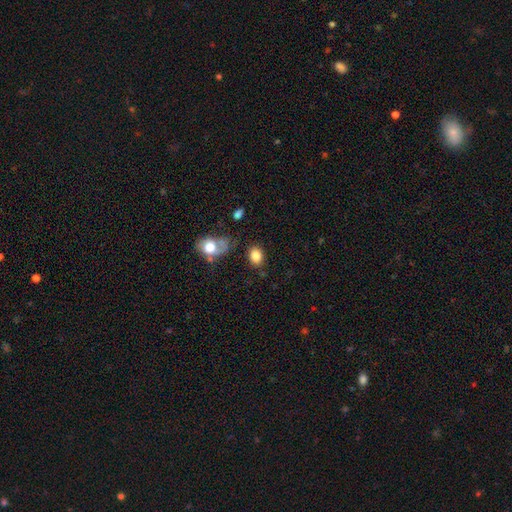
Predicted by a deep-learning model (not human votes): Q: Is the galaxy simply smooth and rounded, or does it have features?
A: smooth — 84%.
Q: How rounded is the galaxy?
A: in between — 64%.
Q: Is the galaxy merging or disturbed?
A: none — 73%.